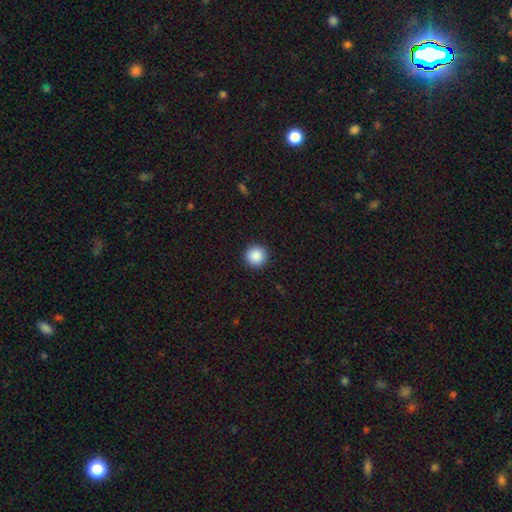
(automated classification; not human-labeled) Smooth or featured? Predicted: smooth (p=0.88). How rounded? Predicted: round (p=0.96). Merging? Predicted: none (p=0.93).